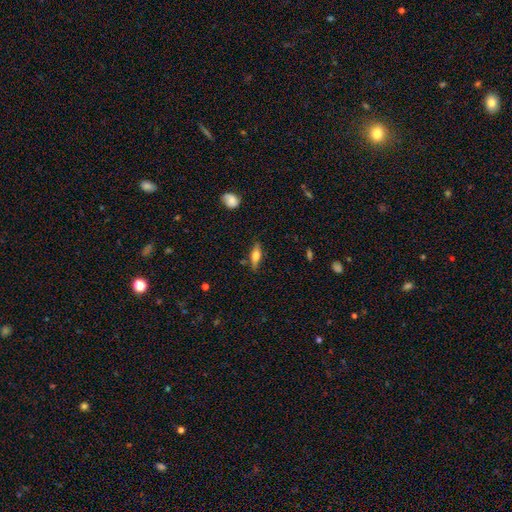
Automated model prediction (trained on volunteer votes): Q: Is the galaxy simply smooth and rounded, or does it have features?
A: smooth — 58%.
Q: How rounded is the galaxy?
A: in between — 54%.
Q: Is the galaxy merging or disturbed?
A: none — 79%.